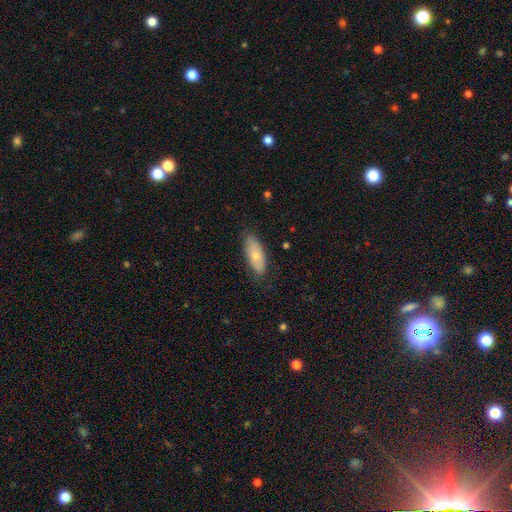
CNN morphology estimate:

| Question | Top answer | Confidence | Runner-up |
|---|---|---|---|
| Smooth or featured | smooth | 68% | featured or disk (26%) |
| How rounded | in between | 80% | cigar-shaped (17%) |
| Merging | none | 80% | minor disturbance (16%) |